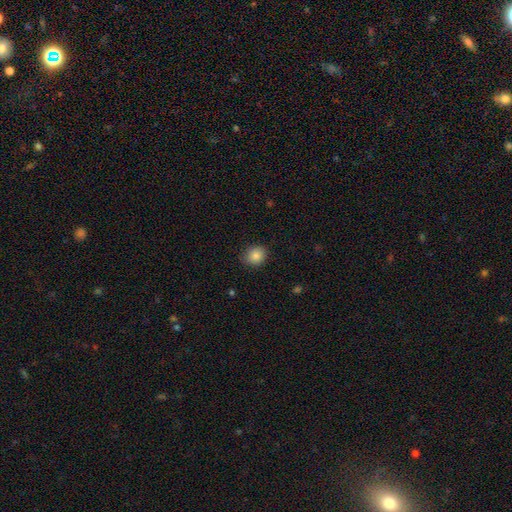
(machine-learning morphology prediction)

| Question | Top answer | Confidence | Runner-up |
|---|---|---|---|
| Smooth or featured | smooth | 85% | star or artifact (10%) |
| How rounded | round | 70% | in between (29%) |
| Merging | none | 83% | minor disturbance (13%) |